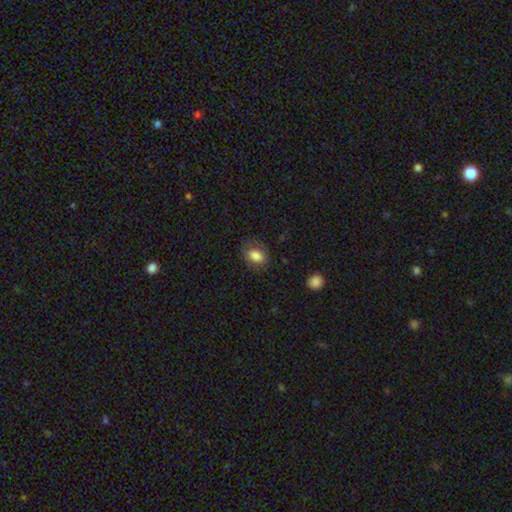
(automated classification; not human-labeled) smooth_or_featured: smooth (p=0.80) [alt: featured or disk p=0.12]
how_rounded: in between (p=0.74) [alt: round p=0.25]
merging: none (p=0.71) [alt: minor disturbance p=0.18]